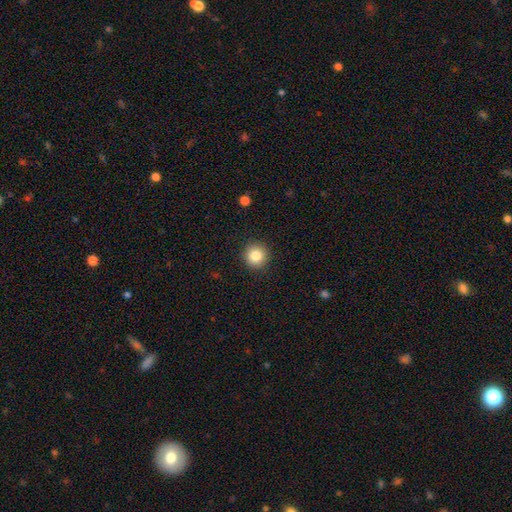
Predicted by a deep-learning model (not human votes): This appears to be a smooth galaxy with no disk features (83%) that is round (94%). Merging: none (92%).